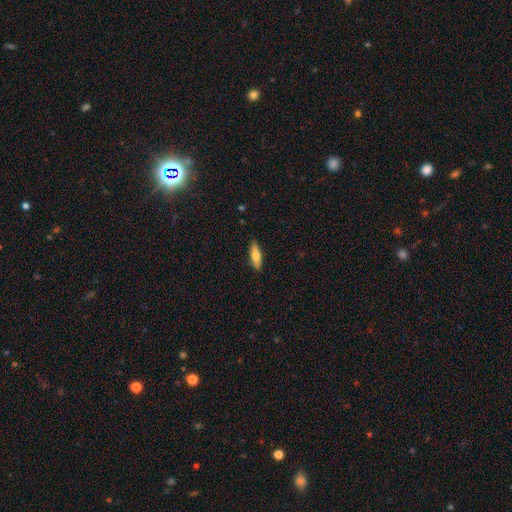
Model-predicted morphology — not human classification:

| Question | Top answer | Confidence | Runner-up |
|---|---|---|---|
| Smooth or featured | smooth | 68% | featured or disk (26%) |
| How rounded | cigar-shaped | 52% | in between (45%) |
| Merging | none | 89% | minor disturbance (8%) |